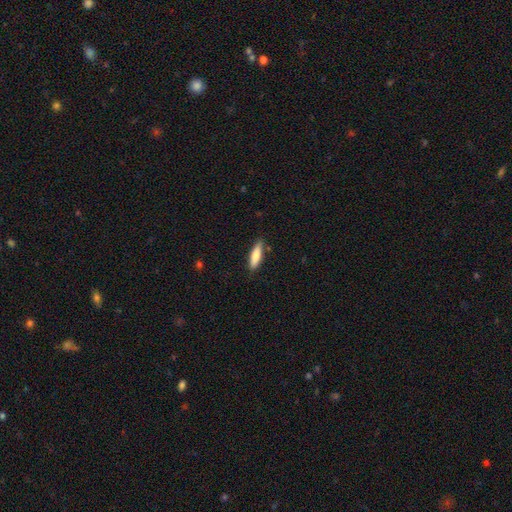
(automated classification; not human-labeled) A smooth galaxy with no disk features (80%) that is cigar-shaped (64%).

Vote fractions:
- Smooth or featured? smooth: 80% / featured or disk: 14% / star or artifact: 6%
- How rounded? cigar-shaped: 64% / in between: 35% / round: 2%
- Merging? none: 82% / minor disturbance: 14% / major disturbance: 2% / merger: 2%